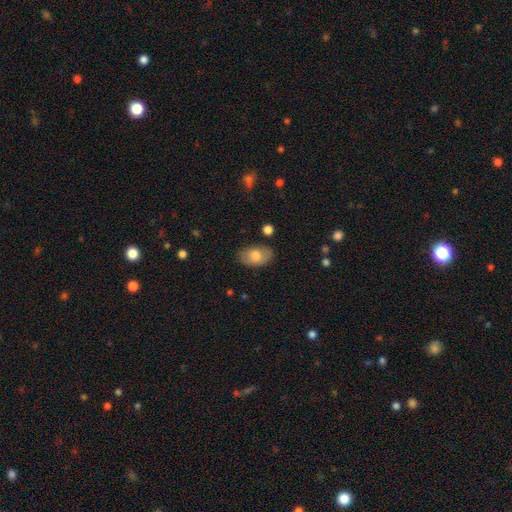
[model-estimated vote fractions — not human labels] smooth-or-featured: smooth: 73% | featured or disk: 20% | star or artifact: 7%
  how-rounded: in between: 90% | round: 9% | cigar-shaped: 1%
  merging: none: 80% | minor disturbance: 15% | major disturbance: 3% | merger: 2%